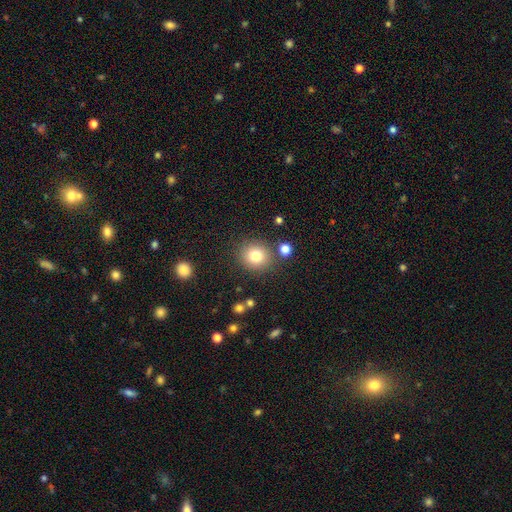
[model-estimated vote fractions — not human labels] The model was most divided on "smooth or featured": smooth: 80%, star or artifact: 12%, featured or disk: 9%. More confident: how rounded — round (87%); merging — none (82%).